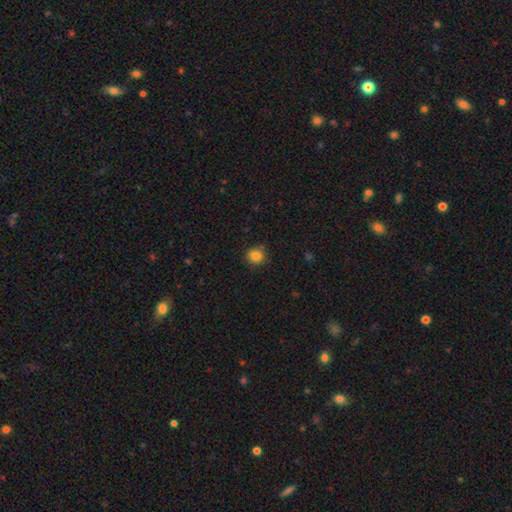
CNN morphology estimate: This is clearly a smooth galaxy (85%). How rounded: clearly round (90%). Merging: clearly none (85%).